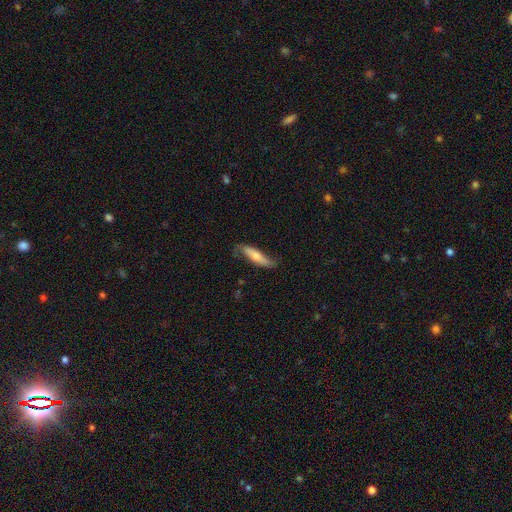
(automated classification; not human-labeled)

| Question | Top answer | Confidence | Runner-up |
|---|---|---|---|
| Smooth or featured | smooth | 48% | featured or disk (46%) |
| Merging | none | 63% | minor disturbance (26%) |